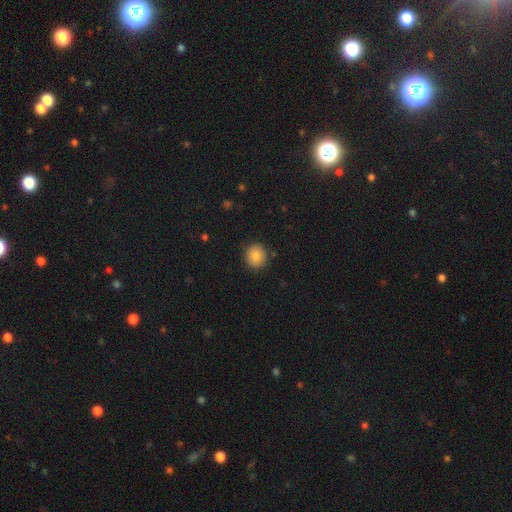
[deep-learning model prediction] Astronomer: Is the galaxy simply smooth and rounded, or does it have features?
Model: smooth — 84%.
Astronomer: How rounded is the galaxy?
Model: round — 86%.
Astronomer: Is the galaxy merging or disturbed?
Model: none — 88%.